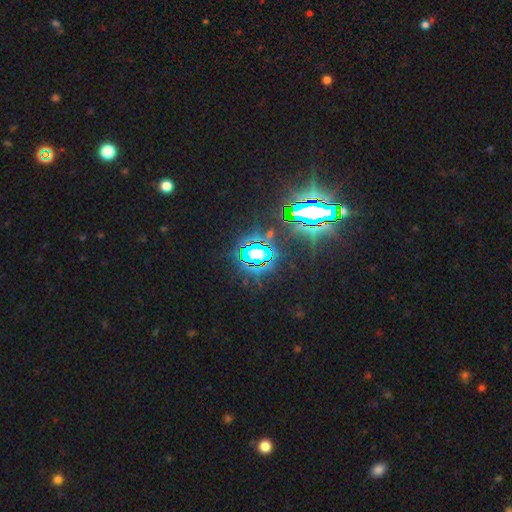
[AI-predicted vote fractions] Overall: star or artifact (76%).